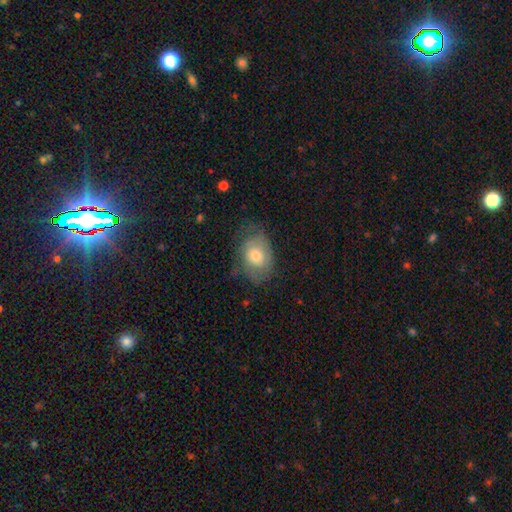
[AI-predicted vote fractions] A smooth galaxy with no disk features (58%) that is in between round and cigar-shaped (69%). Merging: none (56%).